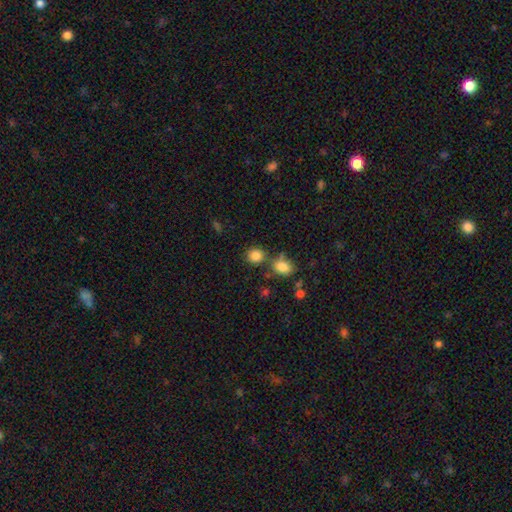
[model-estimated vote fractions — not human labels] smooth_or_featured: smooth (p=0.84) [alt: star or artifact p=0.11]
how_rounded: round (p=0.84) [alt: in between p=0.15]
merging: none (p=0.71) [alt: merger p=0.16]